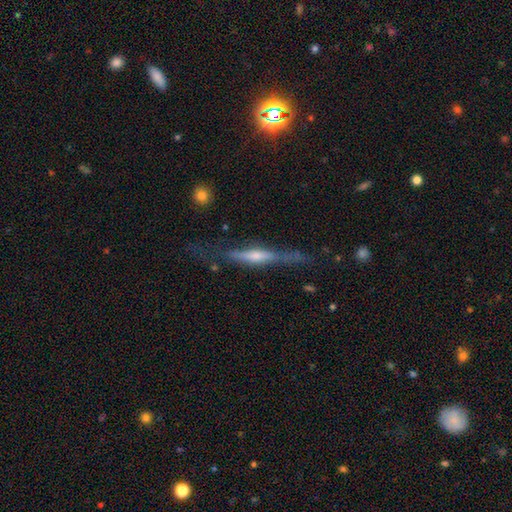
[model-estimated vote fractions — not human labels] Q: Smooth or featured?
A: featured or disk (71%); runner-up: smooth (23%)
Q: Edge-on disk?
A: yes (94%); runner-up: no (6%)
Q: Edge-on bulge?
A: rounded (63%); runner-up: boxy (20%)
Q: Merging?
A: none (65%); runner-up: minor disturbance (23%)